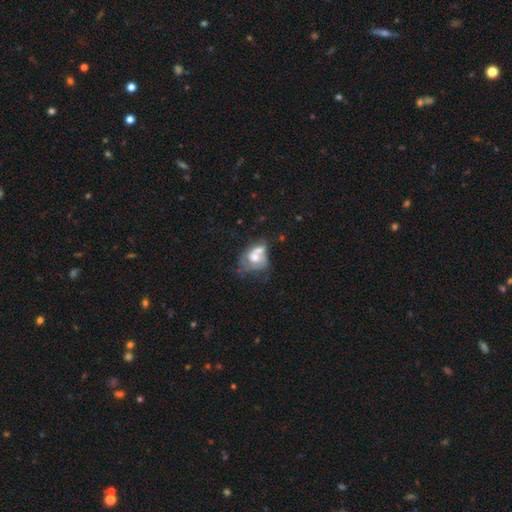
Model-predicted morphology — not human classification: Overall: featured or disk (47%; smooth 45%). Merging: merger (52%; none 17%).